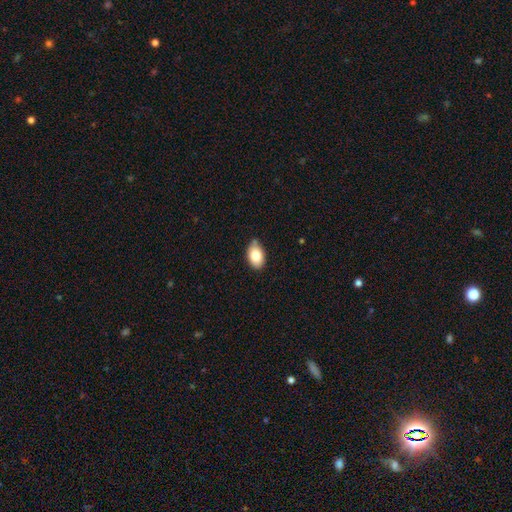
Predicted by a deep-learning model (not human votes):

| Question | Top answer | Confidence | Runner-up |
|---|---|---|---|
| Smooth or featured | smooth | 81% | featured or disk (11%) |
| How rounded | in between | 85% | round (13%) |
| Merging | none | 73% | minor disturbance (22%) |